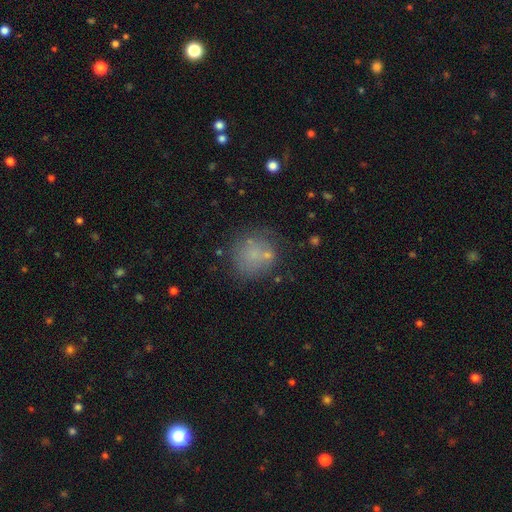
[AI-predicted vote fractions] smooth_or_featured: smooth (p=0.63) [alt: star or artifact p=0.19]
how_rounded: round (p=0.85) [alt: in between p=0.13]
merging: none (p=0.68) [alt: minor disturbance p=0.15]